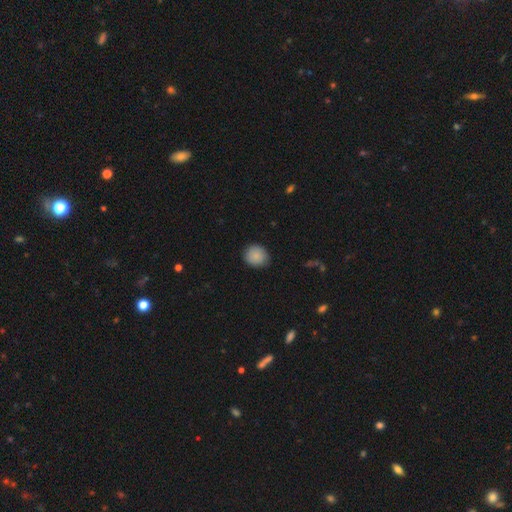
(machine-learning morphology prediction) smooth_or_featured: smooth (p=0.87) [alt: star or artifact p=0.08]
how_rounded: round (p=0.84) [alt: in between p=0.15]
merging: none (p=0.85) [alt: minor disturbance p=0.12]